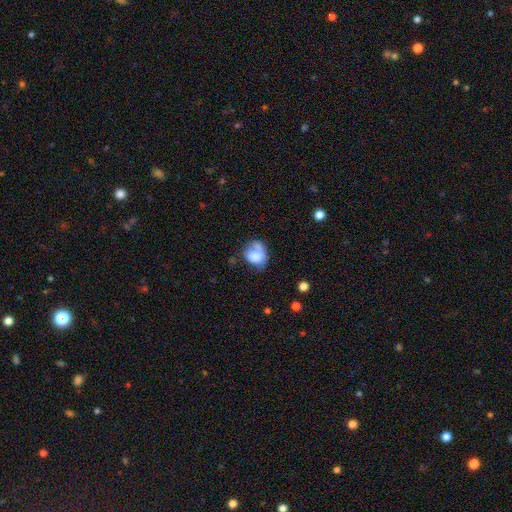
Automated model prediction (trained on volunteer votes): The model was most divided on "merging": none: 32%, minor disturbance: 26%, merger: 23%, major disturbance: 19%. More confident: smooth or featured — smooth (72%); how rounded — round (56%).